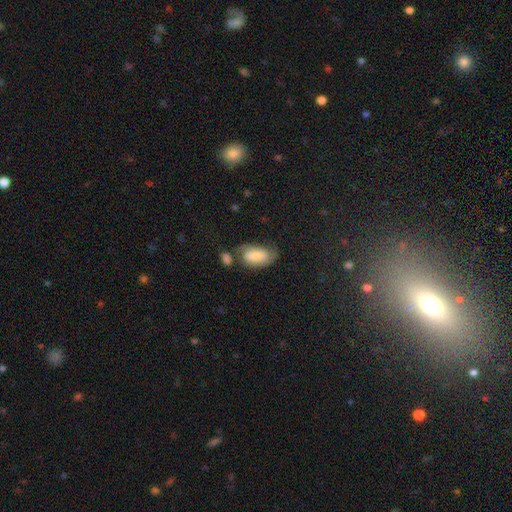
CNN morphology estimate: The model was most divided on "merging": none: 39%, minor disturbance: 27%, merger: 18%, major disturbance: 16%. More confident: how rounded — in between (92%); smooth or featured — smooth (64%).